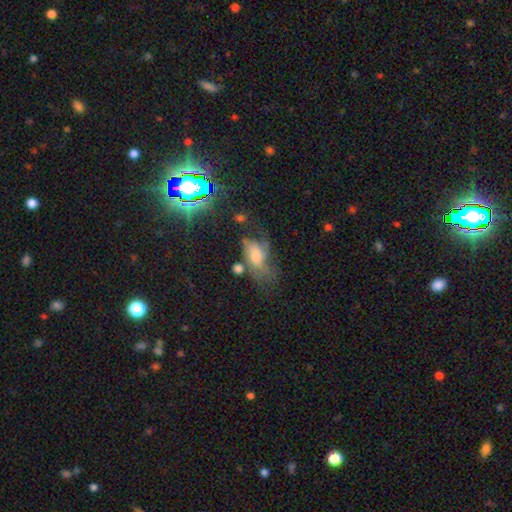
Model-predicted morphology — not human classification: Smooth or featured? Predicted: smooth (p=0.47). Merging? Predicted: none (p=0.35).